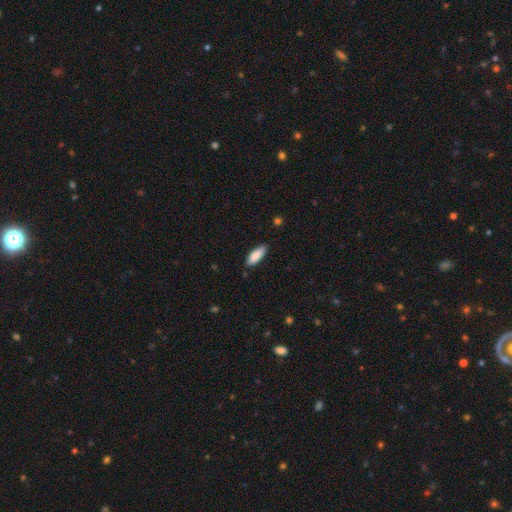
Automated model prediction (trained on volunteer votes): This is clearly a smooth galaxy (87%). How rounded: likely in between (66%). Merging: clearly none (86%).